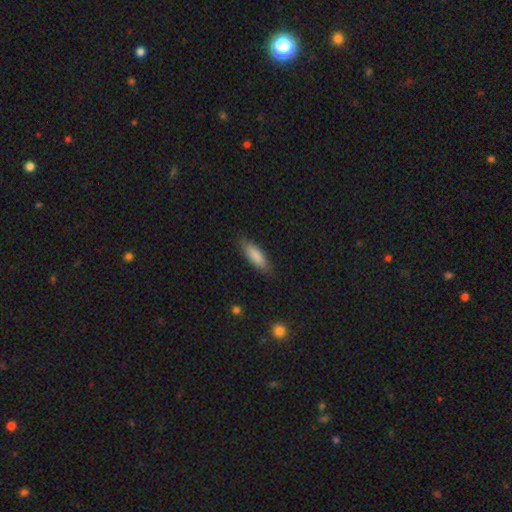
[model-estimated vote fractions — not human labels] smooth_or_featured: smooth (p=0.85) [alt: featured or disk p=0.09]
how_rounded: in between (p=0.54) [alt: cigar-shaped p=0.44]
merging: none (p=0.82) [alt: minor disturbance p=0.14]